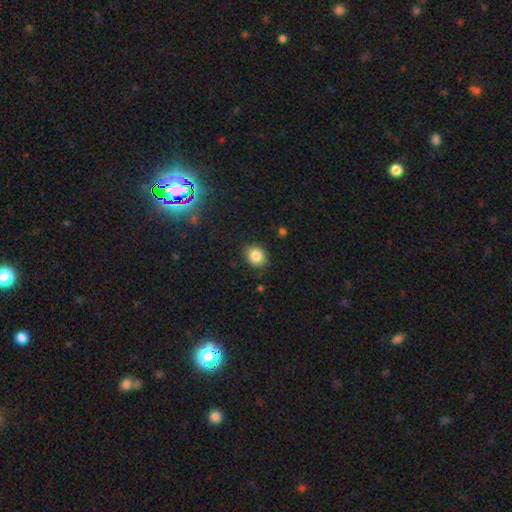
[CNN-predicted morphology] This is clearly a smooth galaxy (85%). How rounded: likely round (61%). Merging: clearly none (86%).